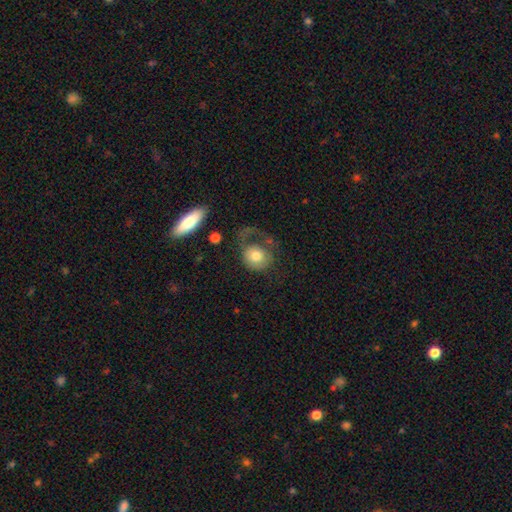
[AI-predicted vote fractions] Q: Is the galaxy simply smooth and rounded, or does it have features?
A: smooth — 67%.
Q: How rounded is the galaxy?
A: round — 77%.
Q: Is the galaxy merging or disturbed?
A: major disturbance — 51%.